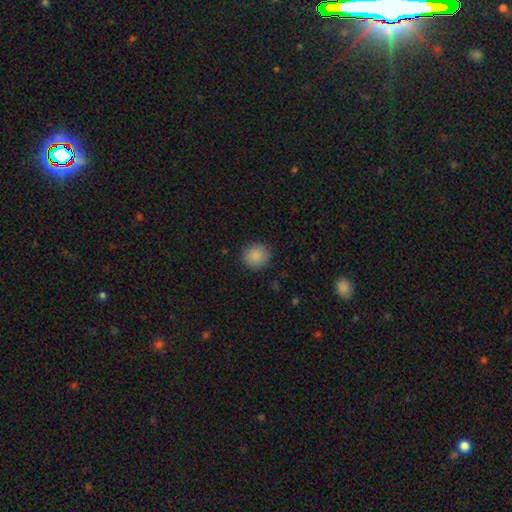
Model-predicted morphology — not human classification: Smooth or featured: smooth — 88% (star or artifact — 9%)
How rounded: round — 90% (in between — 9%)
Merging: none — 89% (minor disturbance — 7%)